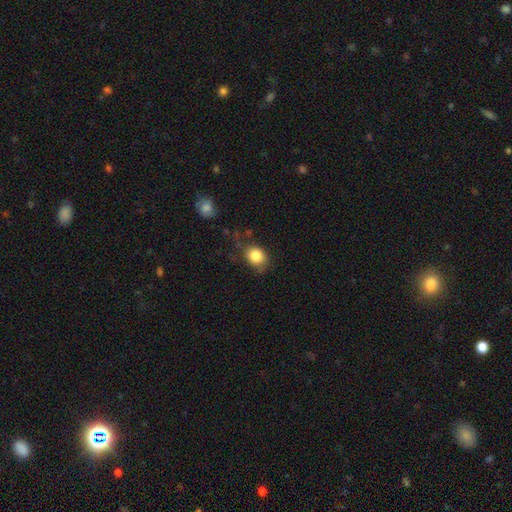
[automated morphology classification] Smooth or featured? smooth (84%)
How rounded? round (59%)
Merging? none (63%)